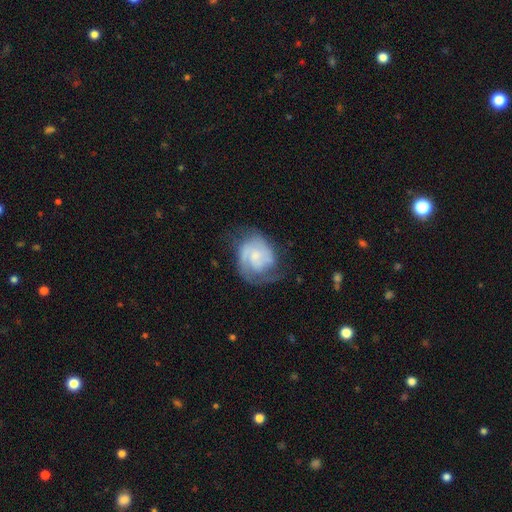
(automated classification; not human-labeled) A featured or disk galaxy (73%) with no bar (66%), 2 (44%) tight (46%) spiral arms (91%) and a small central bulge (53%). Merging: none (51%).